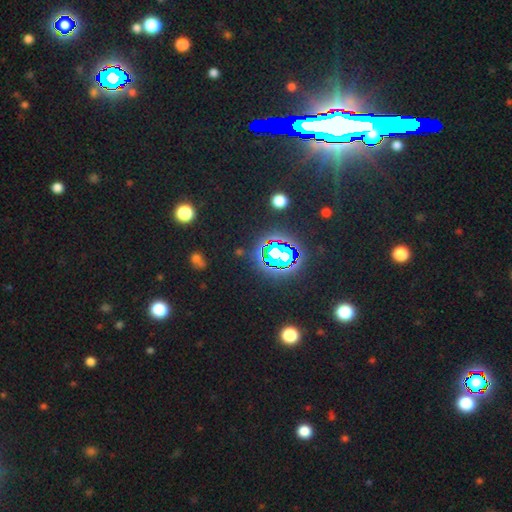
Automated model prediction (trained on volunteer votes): This is clearly a star or artifact rather than a galaxy (84%).